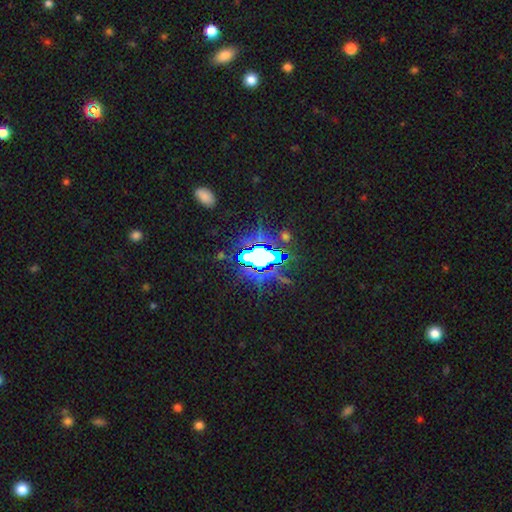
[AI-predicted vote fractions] smooth_or_featured: star or artifact (p=0.69) [alt: smooth p=0.18]